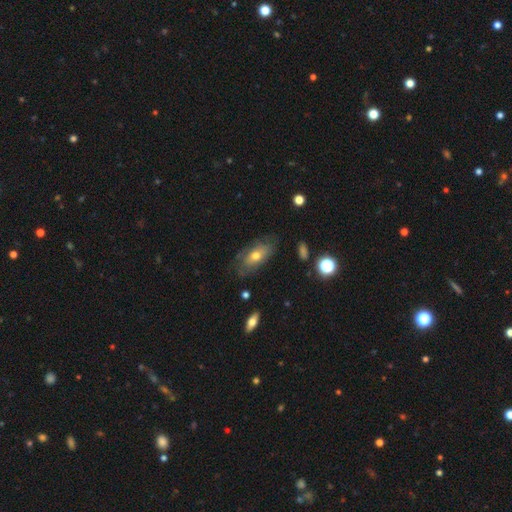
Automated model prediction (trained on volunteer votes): A smooth galaxy with no disk features (51%) that is in between round and cigar-shaped (85%).

Vote fractions:
- Smooth or featured? smooth: 51% / featured or disk: 40% / star or artifact: 9%
- How rounded? in between: 85% / cigar-shaped: 8% / round: 6%
- Merging? none: 67% / minor disturbance: 23% / major disturbance: 9% / merger: 2%